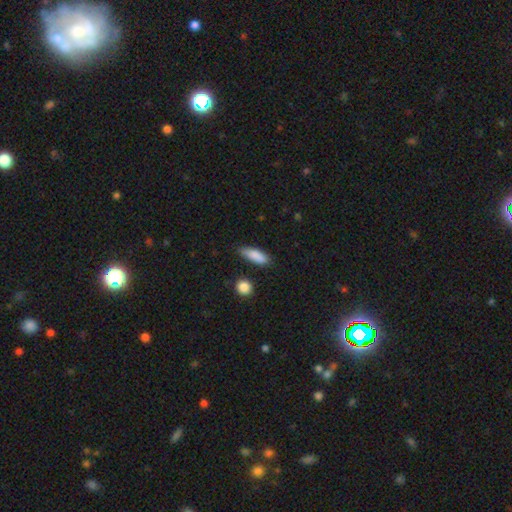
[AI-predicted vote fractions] This is clearly a smooth galaxy (86%). How rounded: possibly in between (57%). Merging: likely none (75%).